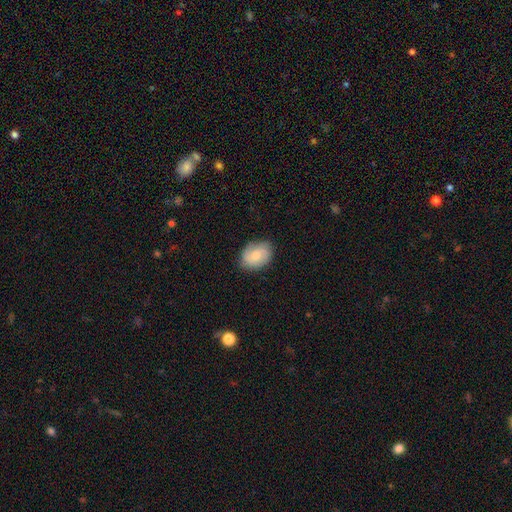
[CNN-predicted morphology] Q: Smooth or featured?
A: smooth (60%); runner-up: featured or disk (33%)
Q: How rounded?
A: in between (68%); runner-up: round (31%)
Q: Merging?
A: none (80%); runner-up: minor disturbance (16%)